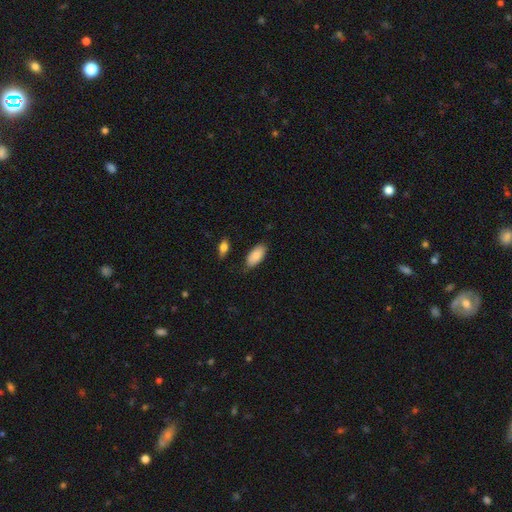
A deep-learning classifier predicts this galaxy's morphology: Smooth or featured: smooth — 87% (featured or disk — 7%)
How rounded: in between — 92% (cigar-shaped — 6%)
Merging: none — 79% (minor disturbance — 16%)